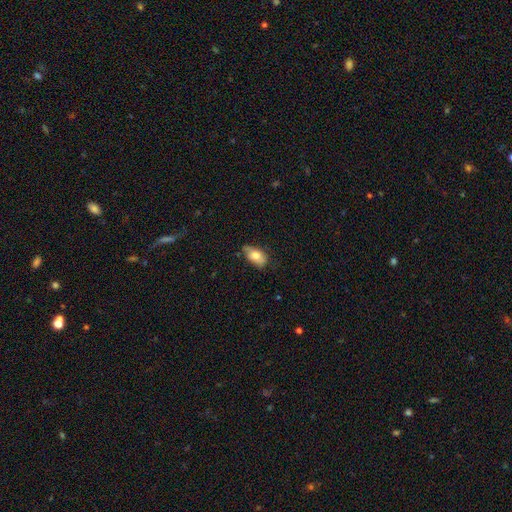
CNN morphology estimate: This is likely a smooth galaxy (75%). How rounded: clearly in between (91%). Merging: possibly none (56%).